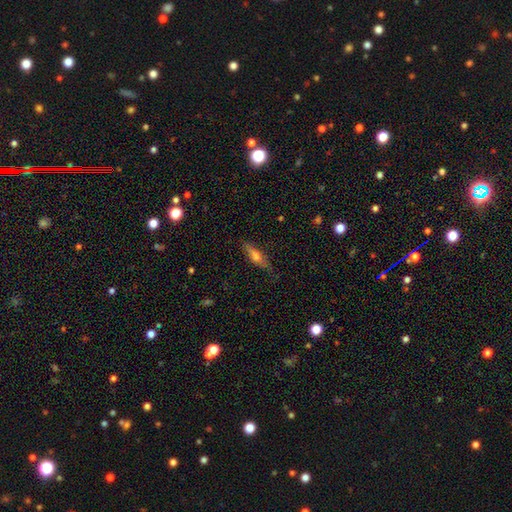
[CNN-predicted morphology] This is possibly a featured or disk galaxy (49%). Merging: clearly none (81%).